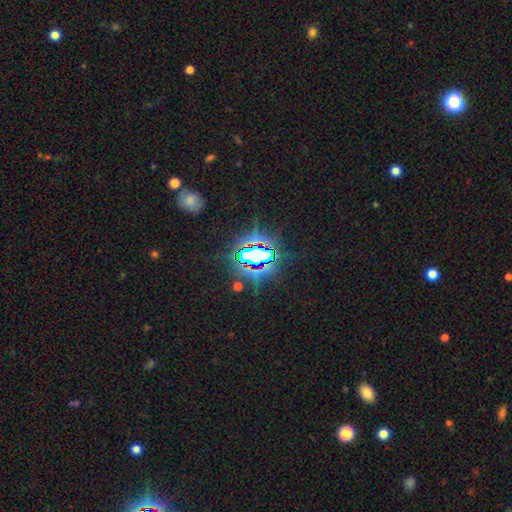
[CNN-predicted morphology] The model was most divided on "smooth or featured": star or artifact: 78%, smooth: 13%, featured or disk: 10%.